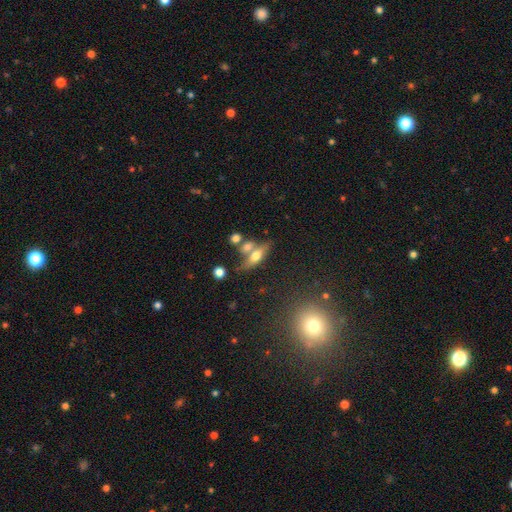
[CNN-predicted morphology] Q: Smooth or featured?
A: smooth (49%); runner-up: featured or disk (41%)
Q: Merging?
A: none (45%); runner-up: merger (35%)